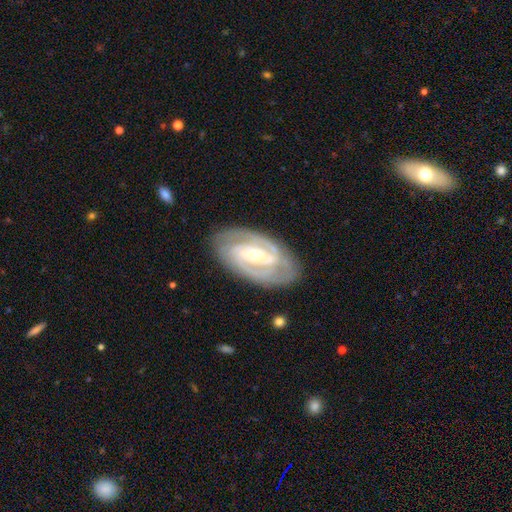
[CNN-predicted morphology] Q: Smooth or featured?
A: featured or disk (87%); runner-up: smooth (8%)
Q: Edge-on disk?
A: no (95%); runner-up: yes (5%)
Q: Bar?
A: weak (37%); runner-up: strong (32%)
Q: Spiral arms?
A: yes (93%); runner-up: no (7%)
Q: Spiral winding?
A: tight (59%); runner-up: medium (34%)
Q: Spiral arm count?
A: 2 (64%); runner-up: can't tell (15%)
Q: Bulge size?
A: small (60%); runner-up: moderate (37%)
Q: Merging?
A: none (81%); runner-up: minor disturbance (13%)